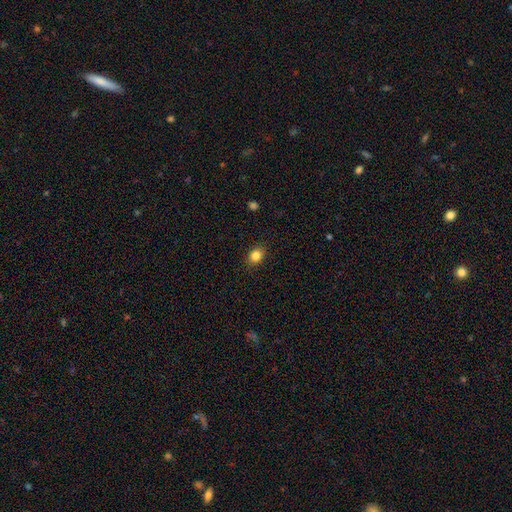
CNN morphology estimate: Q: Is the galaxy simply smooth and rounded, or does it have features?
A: smooth — 84%.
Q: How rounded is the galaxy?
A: in between — 52%.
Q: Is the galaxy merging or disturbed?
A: none — 88%.